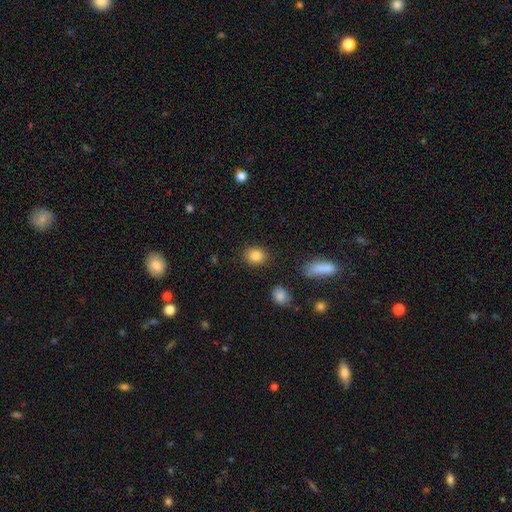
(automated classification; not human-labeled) This appears to be a smooth galaxy with no disk features (84%) that is round (61%). Merging: none (88%).